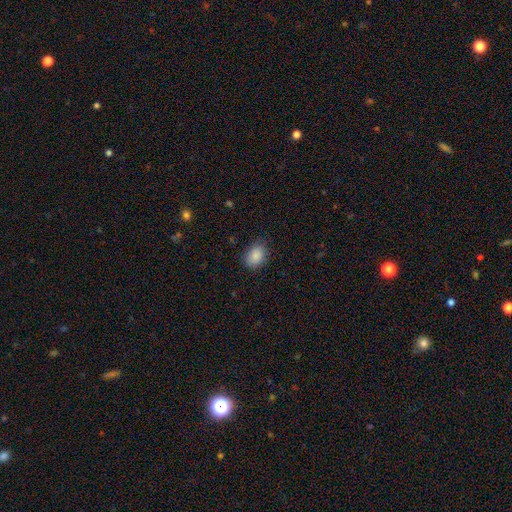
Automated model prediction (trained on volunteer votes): A smooth galaxy with no disk features (88%) that is in between round and cigar-shaped (75%). Merging: none (82%).